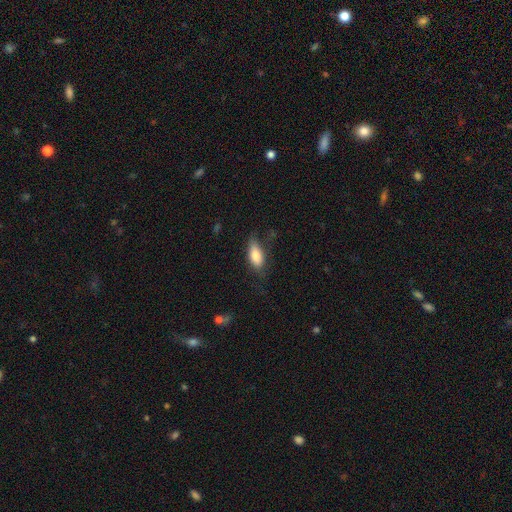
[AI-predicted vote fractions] A smooth galaxy with no disk features (79%) that is in between round and cigar-shaped (84%).

Vote fractions:
- Smooth or featured? smooth: 79% / featured or disk: 14% / star or artifact: 7%
- How rounded? in between: 84% / cigar-shaped: 13% / round: 3%
- Merging? none: 60% / minor disturbance: 26% / major disturbance: 11% / merger: 2%